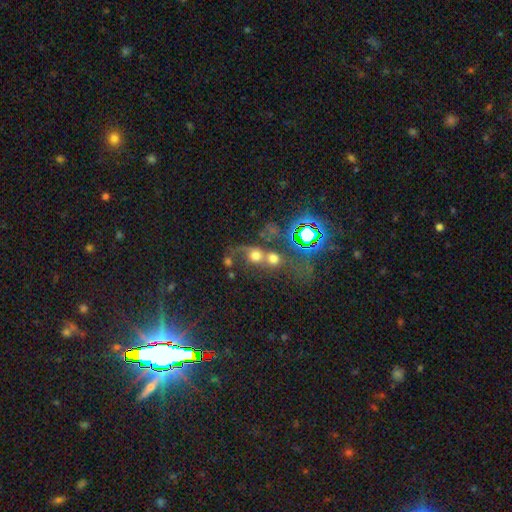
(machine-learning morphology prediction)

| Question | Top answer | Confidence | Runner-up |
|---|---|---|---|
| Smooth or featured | smooth | 56% | star or artifact (24%) |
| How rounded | round | 78% | in between (21%) |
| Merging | merger | 57% | none (24%) |